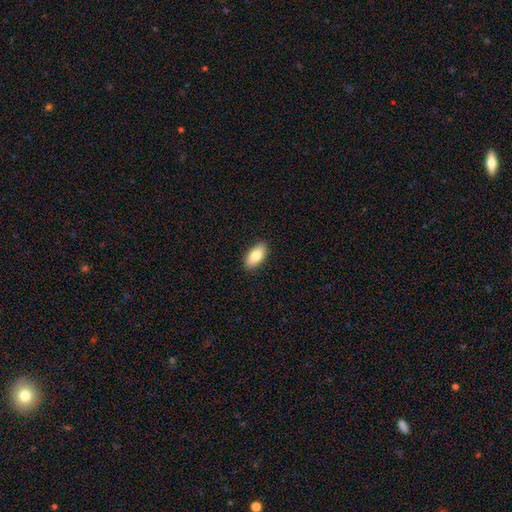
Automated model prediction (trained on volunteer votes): Smooth or featured: smooth — 80% (featured or disk — 14%)
How rounded: in between — 91% (cigar-shaped — 6%)
Merging: none — 90% (minor disturbance — 8%)